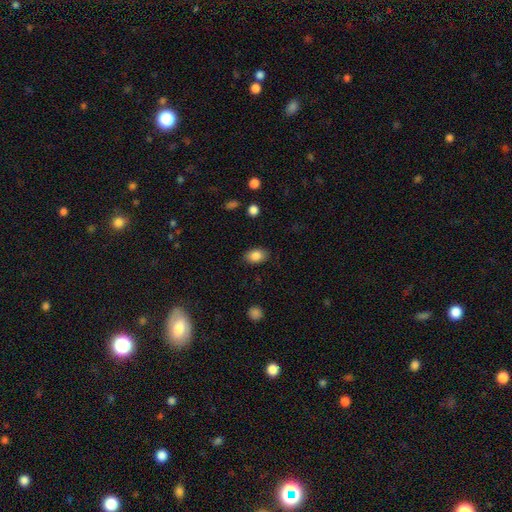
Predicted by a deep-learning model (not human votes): Morphology: type=smooth (85%); roundness=in between (84%); merging=none (86%).